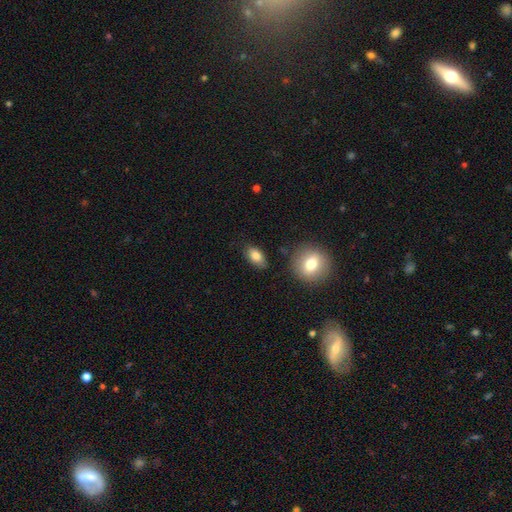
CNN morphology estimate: A smooth galaxy with no disk features (84%) that is in between round and cigar-shaped (90%).

Vote fractions:
- Smooth or featured? smooth: 84% / featured or disk: 8% / star or artifact: 8%
- How rounded? in between: 90% / round: 7% / cigar-shaped: 3%
- Merging? none: 81% / minor disturbance: 13% / major disturbance: 3% / merger: 3%